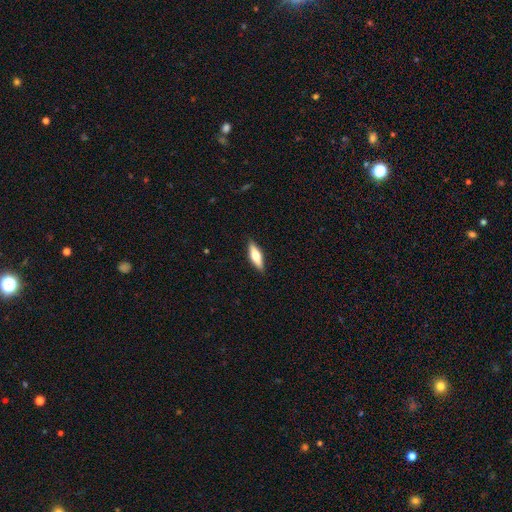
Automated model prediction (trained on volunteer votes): Smooth or featured?
  - smooth: 54% *
  - featured or disk: 40%
  - star or artifact: 6%
How rounded?
  - cigar-shaped: 52% *
  - in between: 45%
  - round: 2%
Merging?
  - none: 89% *
  - minor disturbance: 8%
  - major disturbance: 2%
  - merger: 1%